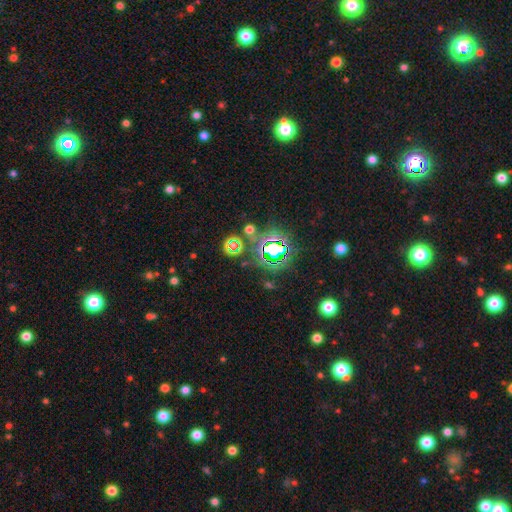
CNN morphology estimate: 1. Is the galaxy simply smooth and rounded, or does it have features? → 77% star or artifact, 15% smooth, 8% featured or disk.